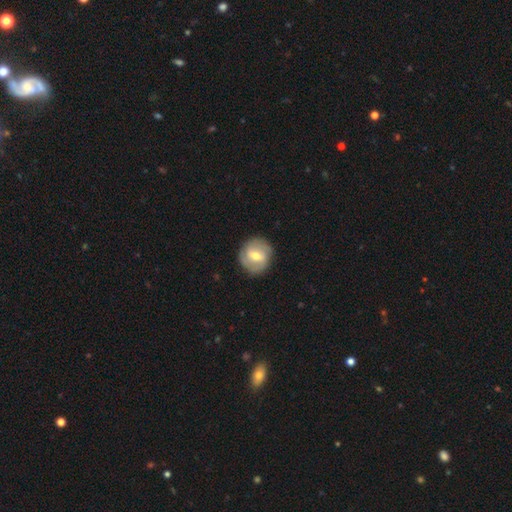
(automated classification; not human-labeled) smooth_or_featured: featured or disk (p=0.56) [alt: smooth p=0.38]
disk_edge_on: no (p=0.96) [alt: yes p=0.04]
bar: weak (p=0.55) [alt: strong p=0.24]
has_spiral_arms: yes (p=0.69) [alt: no p=0.31]
bulge_size: moderate (p=0.70) [alt: small p=0.24]
merging: none (p=0.85) [alt: minor disturbance p=0.10]